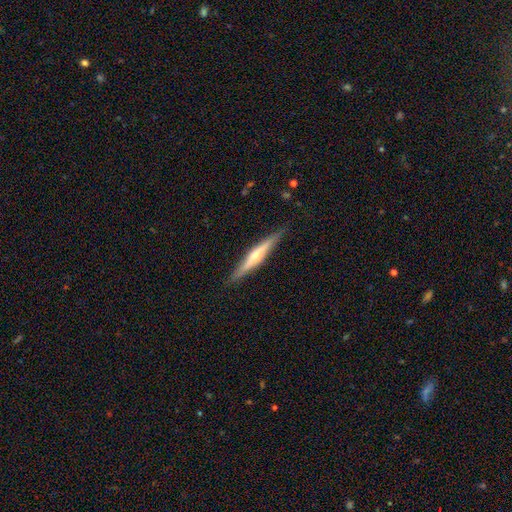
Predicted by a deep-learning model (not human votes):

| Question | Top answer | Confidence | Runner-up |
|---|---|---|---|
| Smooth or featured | featured or disk | 64% | smooth (31%) |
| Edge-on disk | yes | 97% | no (3%) |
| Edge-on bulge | rounded | 78% | none (16%) |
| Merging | none | 89% | minor disturbance (8%) |